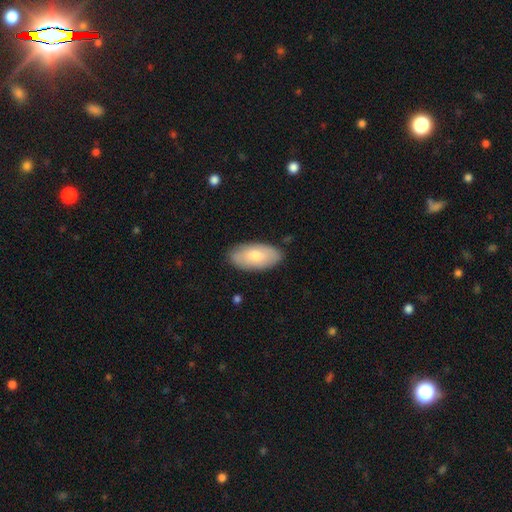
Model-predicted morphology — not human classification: smooth-or-featured: smooth: 73% | featured or disk: 22% | star or artifact: 5%
  how-rounded: in between: 94% | cigar-shaped: 4% | round: 2%
  merging: none: 85% | minor disturbance: 12% | major disturbance: 2% | merger: 1%